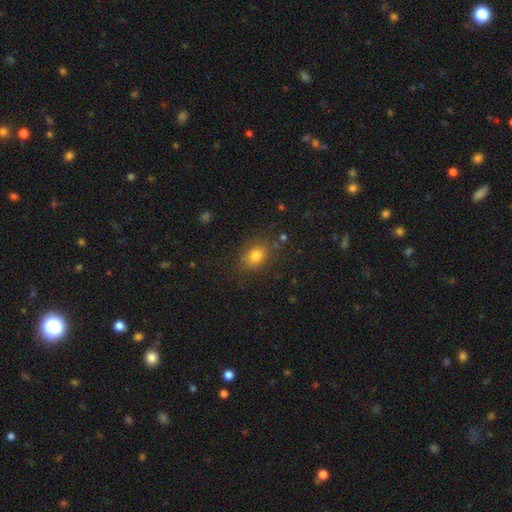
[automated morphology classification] Smooth or featured: smooth — 80% (star or artifact — 12%)
How rounded: in between — 56% (round — 43%)
Merging: none — 80% (minor disturbance — 13%)